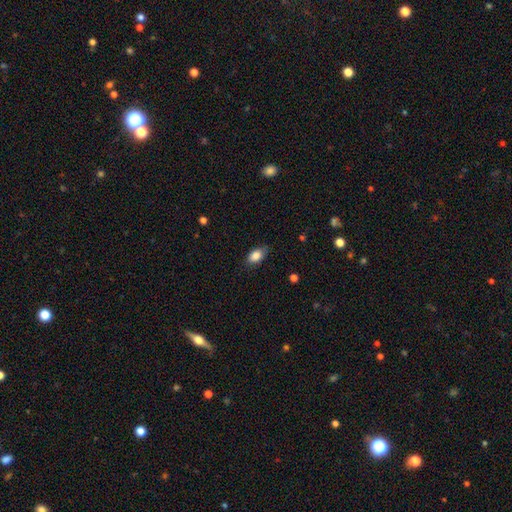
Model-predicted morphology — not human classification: This is clearly a smooth galaxy (85%). How rounded: clearly in between (89%). Merging: likely none (80%).